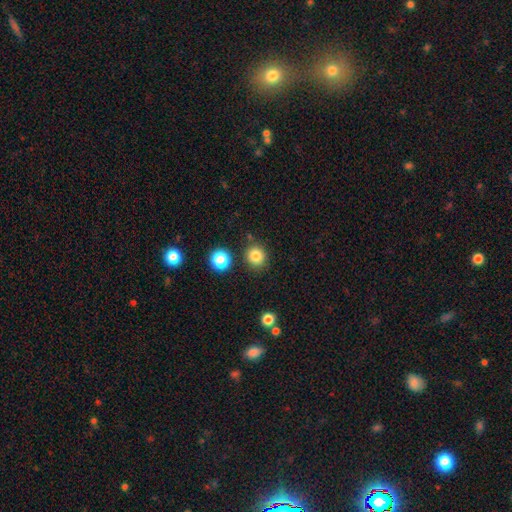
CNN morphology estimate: A smooth galaxy with no disk features (83%) that is round (88%). Merging: none (85%).